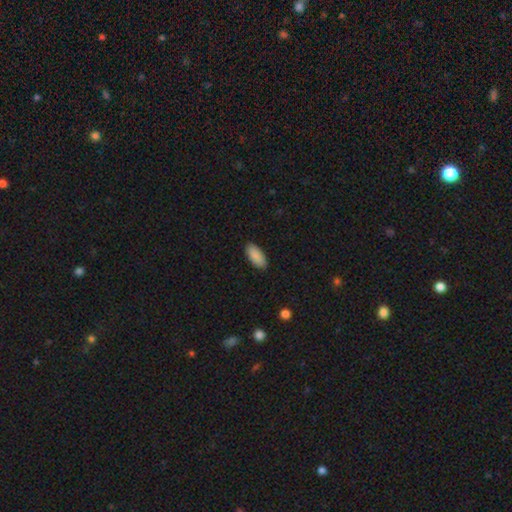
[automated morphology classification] A smooth galaxy with no disk features (90%) that is in between round and cigar-shaped (91%). Merging: none (89%).